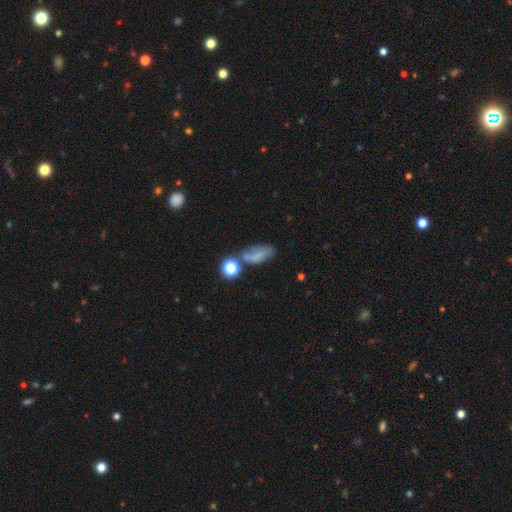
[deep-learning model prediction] Q: Smooth or featured?
A: smooth (62%); runner-up: featured or disk (21%)
Q: How rounded?
A: in between (67%); runner-up: cigar-shaped (21%)
Q: Merging?
A: none (46%); runner-up: minor disturbance (24%)